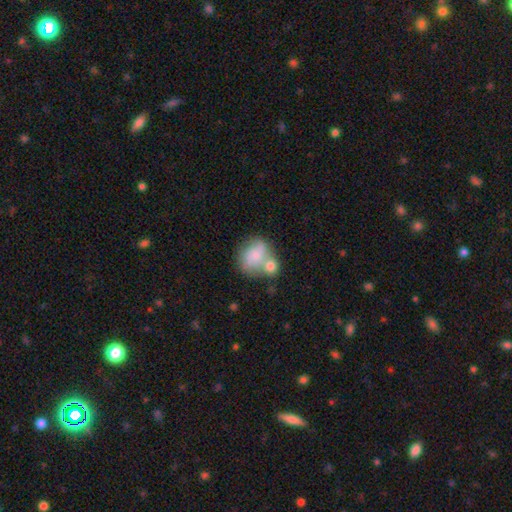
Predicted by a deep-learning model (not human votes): Smooth or featured?
  - smooth: 59% *
  - featured or disk: 34%
  - star or artifact: 8%
How rounded?
  - round: 61% *
  - in between: 38%
  - cigar-shaped: 1%
Merging?
  - merger: 49% *
  - none: 27%
  - minor disturbance: 15%
  - major disturbance: 9%